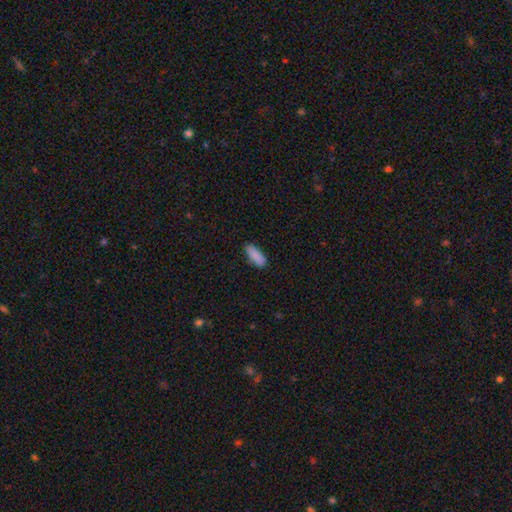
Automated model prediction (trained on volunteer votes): Smooth or featured: smooth — 89% (star or artifact — 6%)
How rounded: in between — 68% (cigar-shaped — 30%)
Merging: none — 85% (minor disturbance — 12%)